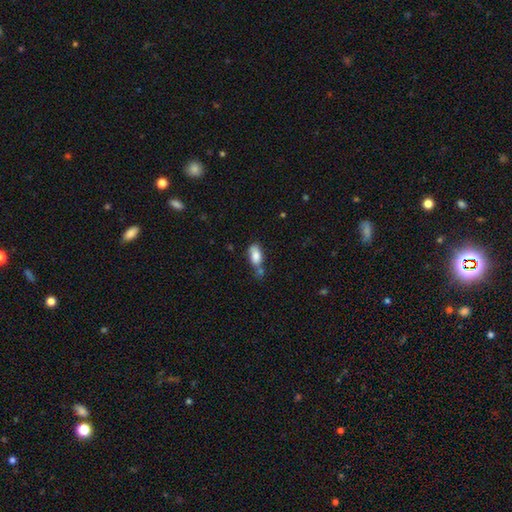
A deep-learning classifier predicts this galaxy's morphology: smooth 78%, featured or disk 13%, star or artifact 8%. Down the decision tree: how rounded — in between (84%); merging — none (38%).